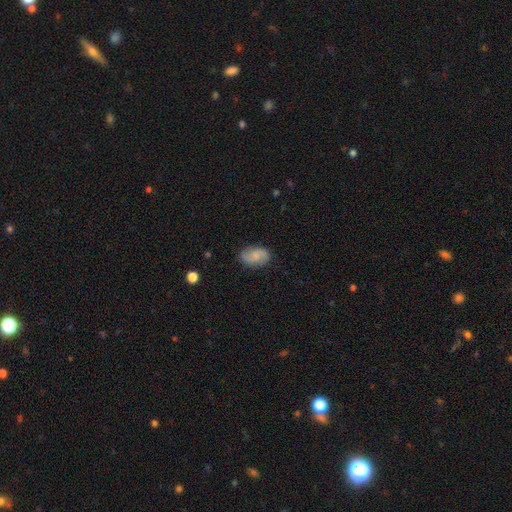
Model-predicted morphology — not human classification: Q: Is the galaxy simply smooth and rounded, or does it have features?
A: smooth — 57%.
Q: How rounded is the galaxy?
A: in between — 91%.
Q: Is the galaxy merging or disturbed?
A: none — 81%.